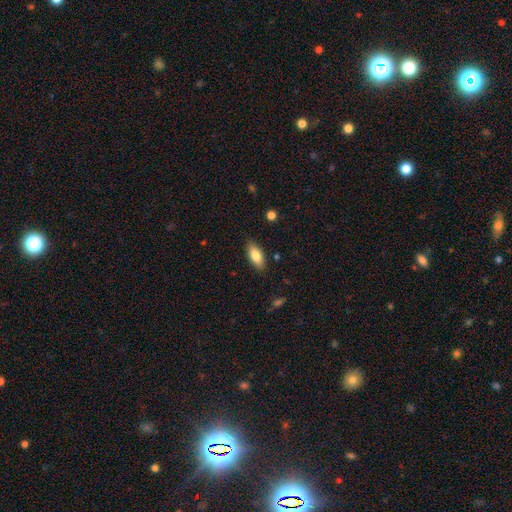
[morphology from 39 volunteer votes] Volunteers were most divided on "how rounded": in between: 86%, cigar-shaped: 14%, round: 0%. More confident: smooth or featured — smooth (92%); merging — none (86%).